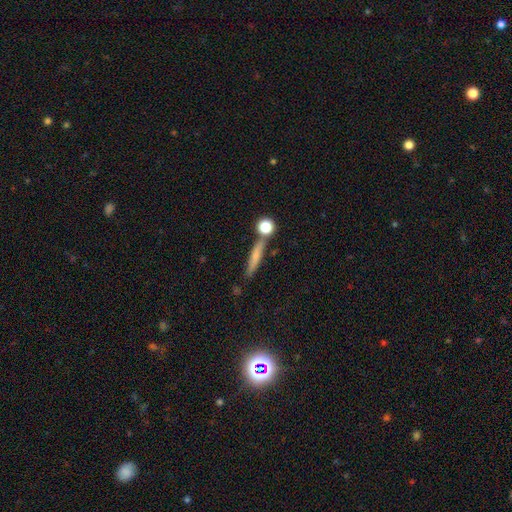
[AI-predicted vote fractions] smooth 63%, featured or disk 27%, star or artifact 10%. Down the decision tree: how rounded — cigar-shaped (82%); merging — none (72%).